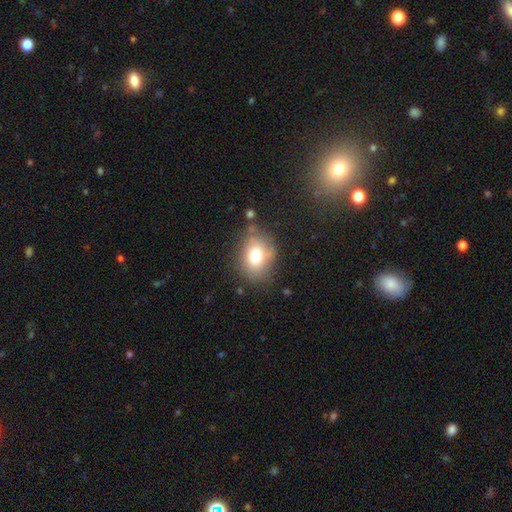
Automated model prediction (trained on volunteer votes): The model was most divided on "how rounded": in between: 57%, round: 42%, cigar-shaped: 1%. More confident: smooth or featured — smooth (75%); merging — none (72%).